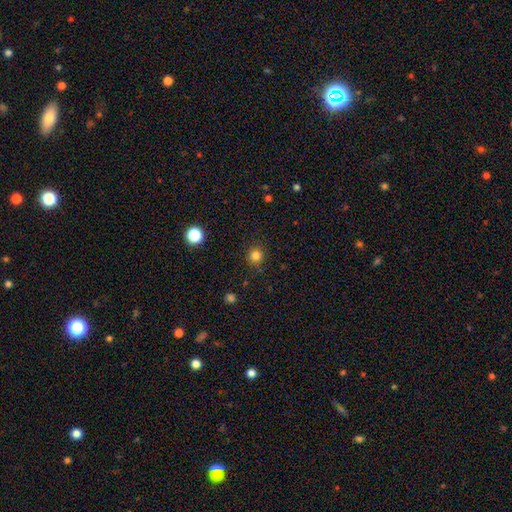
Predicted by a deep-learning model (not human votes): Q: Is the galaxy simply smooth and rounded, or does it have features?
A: smooth — 82%.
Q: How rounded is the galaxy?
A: round — 93%.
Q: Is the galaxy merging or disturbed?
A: none — 89%.